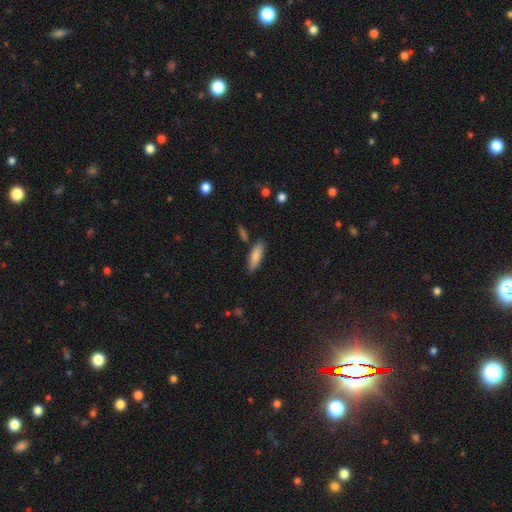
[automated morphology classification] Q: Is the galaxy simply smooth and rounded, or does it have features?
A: smooth — 82%.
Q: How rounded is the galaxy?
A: in between — 59%.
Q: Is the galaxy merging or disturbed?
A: none — 81%.